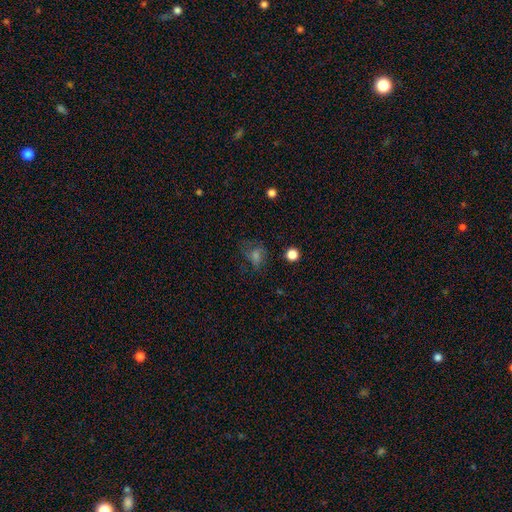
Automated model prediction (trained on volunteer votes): Overall: smooth (51%; star or artifact 26%). How rounded: in between (49%, tied with round). Merging: none (52%; major disturbance 23%).